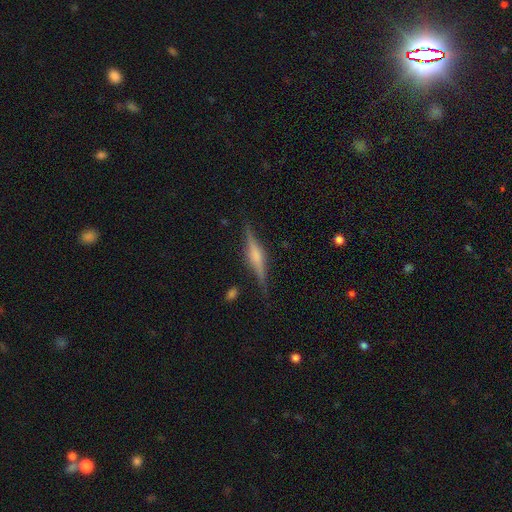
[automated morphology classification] featured or disk 73%, smooth 20%, star or artifact 7%. Down the decision tree: edge-on disk — yes (97%); edge-on bulge — rounded (67%); merging — none (84%).